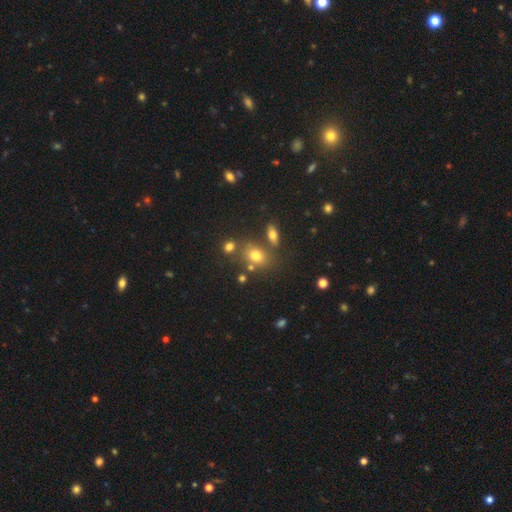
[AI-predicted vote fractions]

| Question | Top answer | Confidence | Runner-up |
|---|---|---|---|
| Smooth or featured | smooth | 71% | star or artifact (15%) |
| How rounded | in between | 60% | round (38%) |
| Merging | none | 61% | merger (20%) |